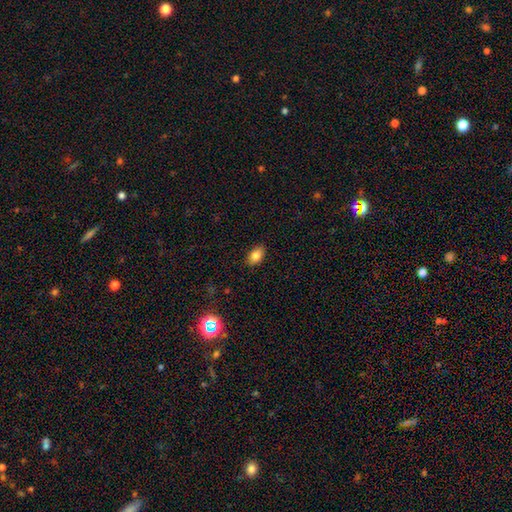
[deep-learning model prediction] smooth_or_featured: smooth (p=0.82) [alt: star or artifact p=0.09]
how_rounded: in between (p=0.89) [alt: round p=0.09]
merging: none (p=0.87) [alt: minor disturbance p=0.10]